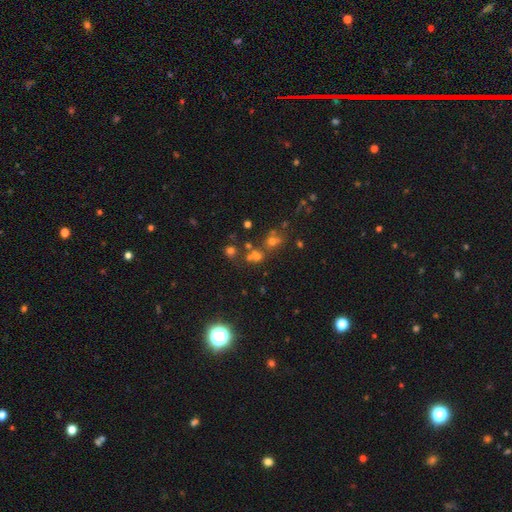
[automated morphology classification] Smooth or featured? star or artifact (44%)